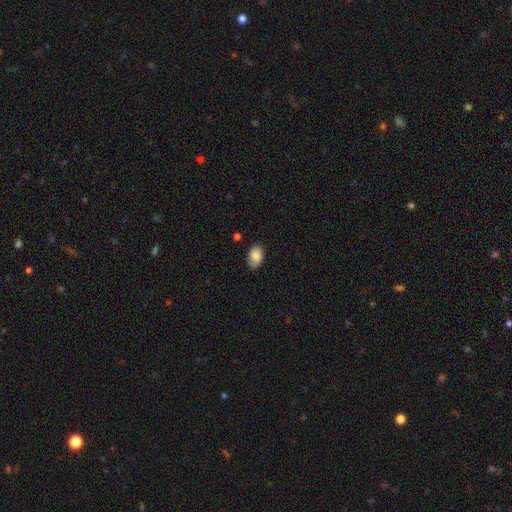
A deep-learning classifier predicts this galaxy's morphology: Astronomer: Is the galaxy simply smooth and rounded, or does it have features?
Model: smooth — 85%.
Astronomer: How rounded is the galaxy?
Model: in between — 91%.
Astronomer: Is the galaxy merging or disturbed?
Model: none — 77%.